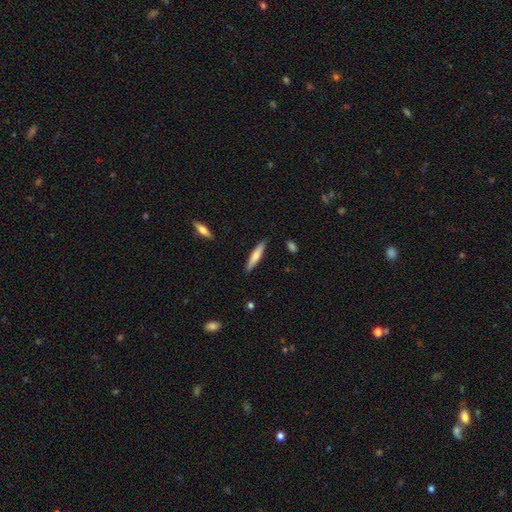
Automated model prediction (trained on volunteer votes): Morphology: type=smooth (67%); roundness=cigar-shaped (86%); merging=none (87%).